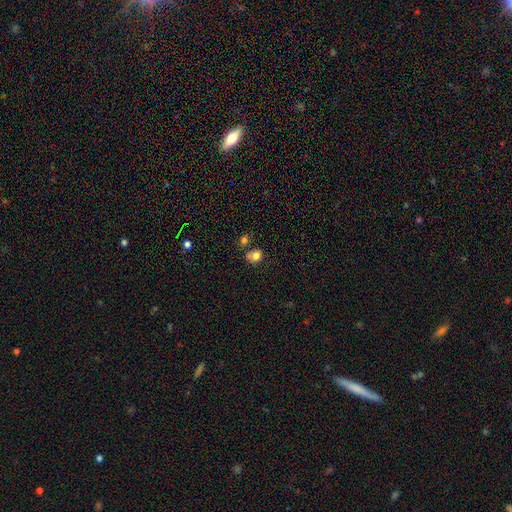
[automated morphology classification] smooth 78%, star or artifact 11%, featured or disk 11%. Down the decision tree: how rounded — round (55%); merging — none (47%).